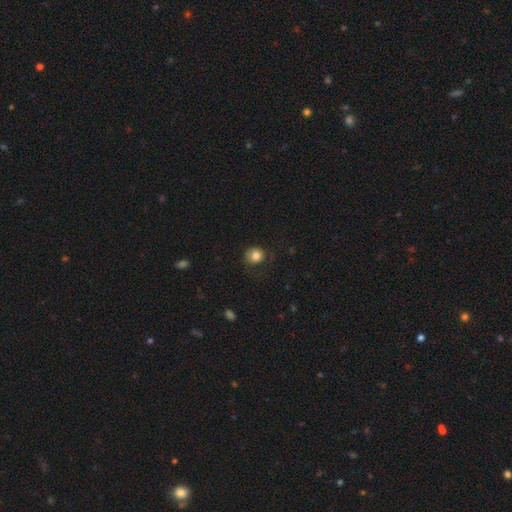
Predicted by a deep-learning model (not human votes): smooth-or-featured: smooth: 83% | star or artifact: 10% | featured or disk: 6%
  how-rounded: round: 84% | in between: 15% | cigar-shaped: 1%
  merging: none: 73% | minor disturbance: 18% | major disturbance: 8% | merger: 1%